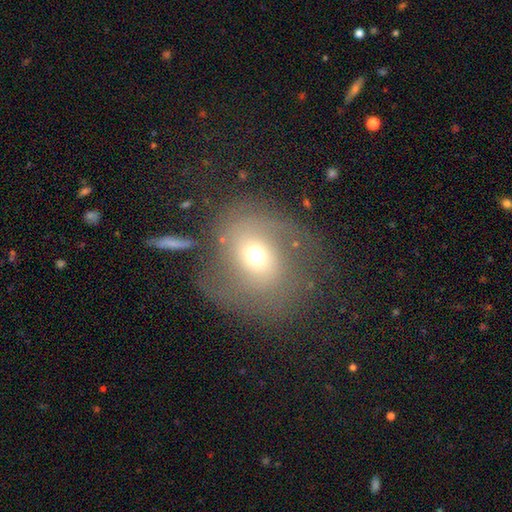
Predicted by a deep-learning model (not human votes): This appears to be a smooth galaxy with no disk features (46%). Merging: none (50%).